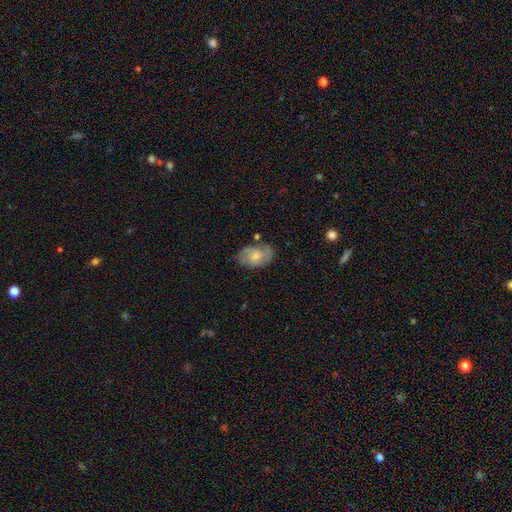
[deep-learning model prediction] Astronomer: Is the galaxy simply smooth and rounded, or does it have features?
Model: smooth — 58% (runner-up: featured or disk, 35%).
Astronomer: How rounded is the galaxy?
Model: in between — 88%.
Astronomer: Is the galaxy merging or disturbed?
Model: none — 66%.